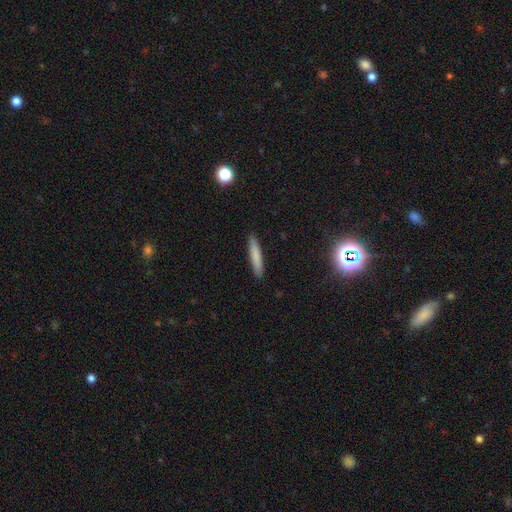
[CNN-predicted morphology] smooth_or_featured: smooth (p=0.78) [alt: featured or disk p=0.15]
how_rounded: cigar-shaped (p=0.91) [alt: in between p=0.07]
merging: none (p=0.90) [alt: minor disturbance p=0.07]